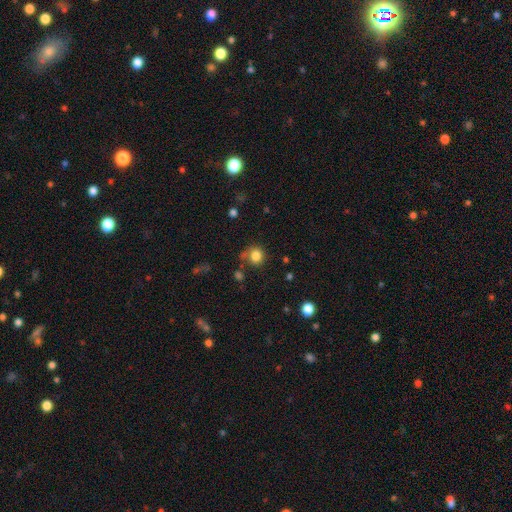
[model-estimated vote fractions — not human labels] Smooth or featured? Predicted: smooth (p=0.82). How rounded? Predicted: round (p=0.86). Merging? Predicted: none (p=0.68).